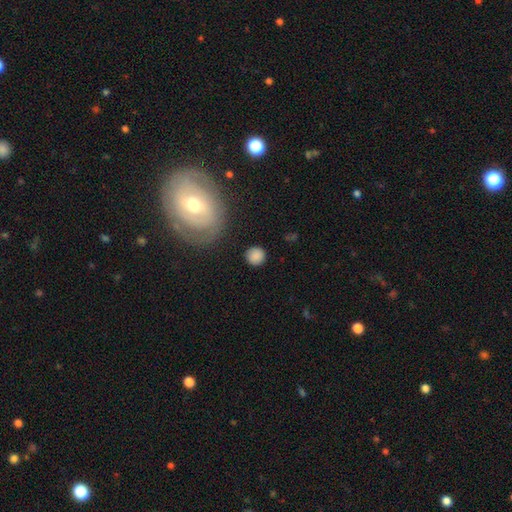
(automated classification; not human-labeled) This appears to be a smooth galaxy with no disk features (85%) that is round (92%). Merging: none (88%).